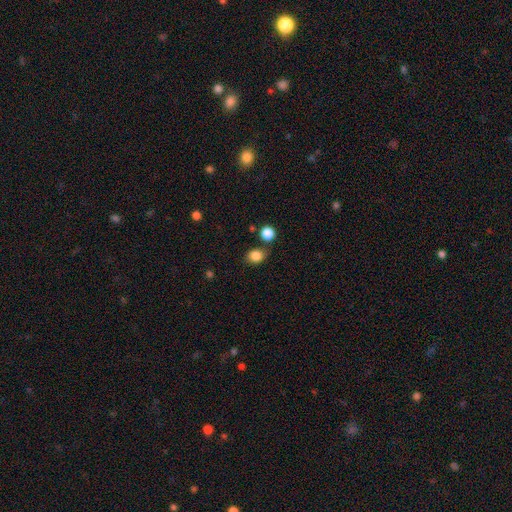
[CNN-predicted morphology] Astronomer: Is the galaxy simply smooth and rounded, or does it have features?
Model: smooth — 85%.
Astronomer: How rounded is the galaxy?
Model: round — 55% (runner-up: in between, 44%).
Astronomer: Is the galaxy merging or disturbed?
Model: none — 74%.